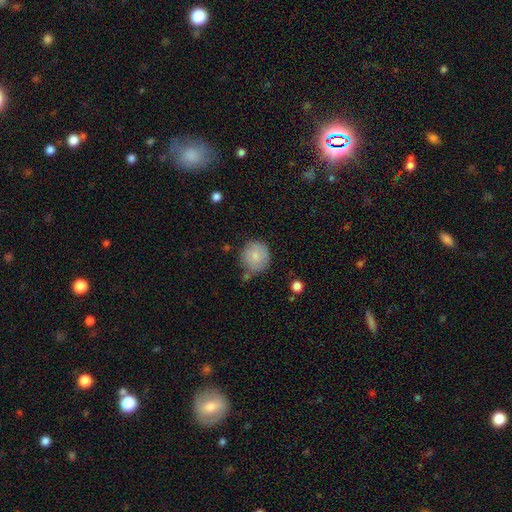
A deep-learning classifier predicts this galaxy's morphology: smooth-or-featured: smooth: 83% | featured or disk: 9% | star or artifact: 7%
  how-rounded: round: 92% | in between: 7% | cigar-shaped: 1%
  merging: none: 71% | minor disturbance: 18% | merger: 7% | major disturbance: 4%